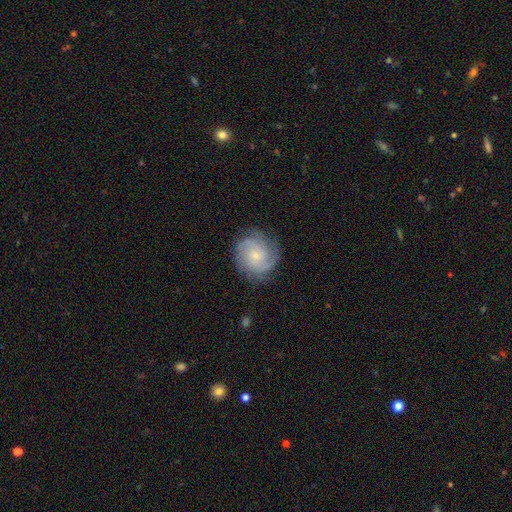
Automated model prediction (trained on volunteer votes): A featured or disk galaxy (72%) with no bar (75%), 3 (35%) tight (56%) spiral arms (95%) and a small central bulge (66%). Merging: none (78%).